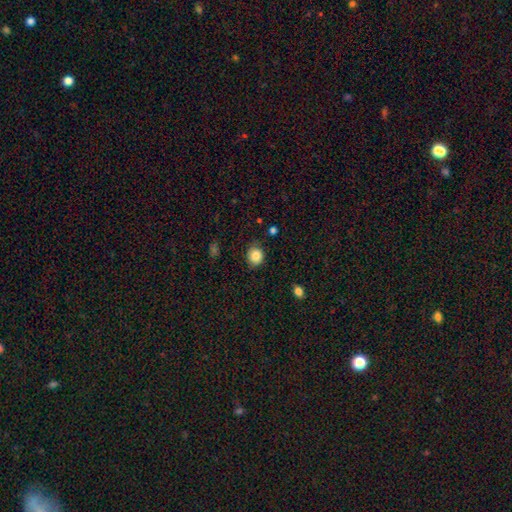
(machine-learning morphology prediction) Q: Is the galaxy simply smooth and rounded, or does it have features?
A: smooth — 85%.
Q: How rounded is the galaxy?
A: round — 75%.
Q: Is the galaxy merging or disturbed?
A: none — 82%.